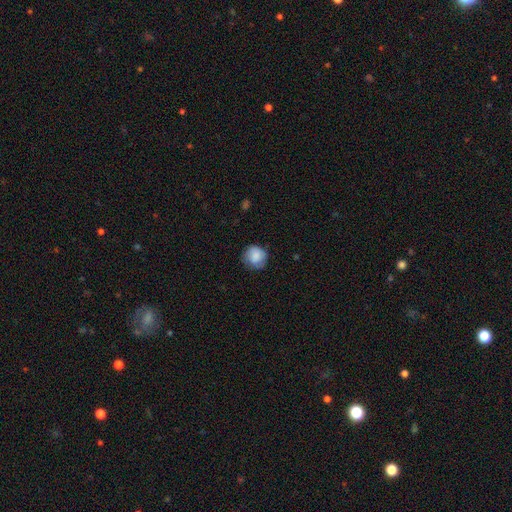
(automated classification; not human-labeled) Overall: smooth (83%). How rounded: round (87%). Merging: none (73%).